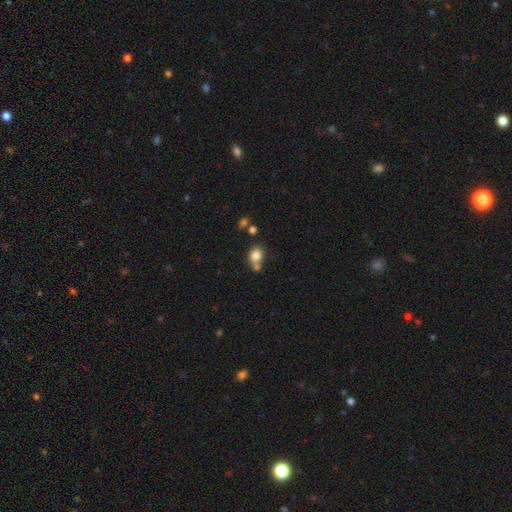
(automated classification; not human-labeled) Smooth or featured?
  - smooth: 81% *
  - star or artifact: 10%
  - featured or disk: 9%
How rounded?
  - round: 58% *
  - in between: 41%
  - cigar-shaped: 1%
Merging?
  - none: 47% *
  - merger: 33%
  - minor disturbance: 14%
  - major disturbance: 6%